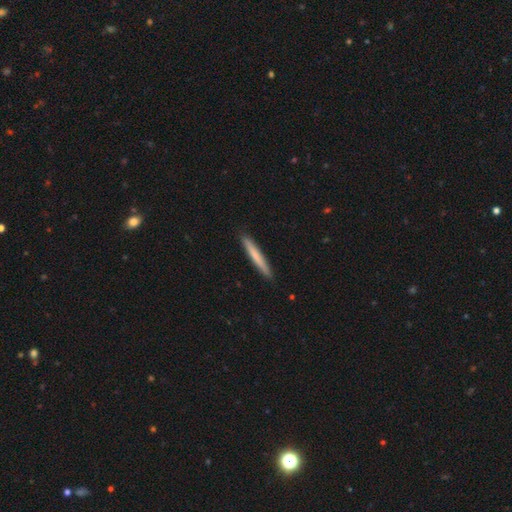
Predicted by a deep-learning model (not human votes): A smooth galaxy with no disk features (72%) that is cigar-shaped (96%). Merging: none (91%).